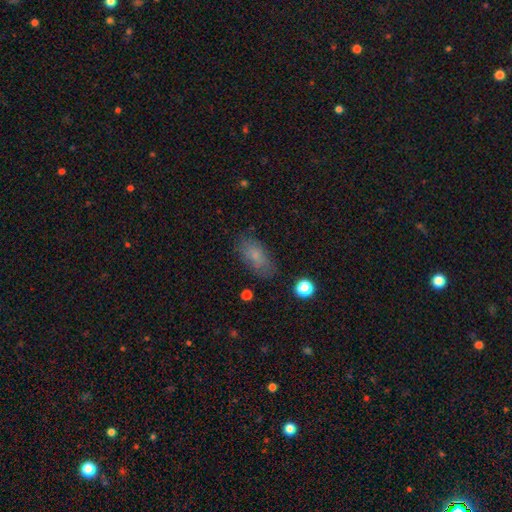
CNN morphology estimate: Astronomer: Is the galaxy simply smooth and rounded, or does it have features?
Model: smooth — 74%.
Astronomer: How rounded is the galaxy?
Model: in between — 89%.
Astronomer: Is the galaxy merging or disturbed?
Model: none — 72%.